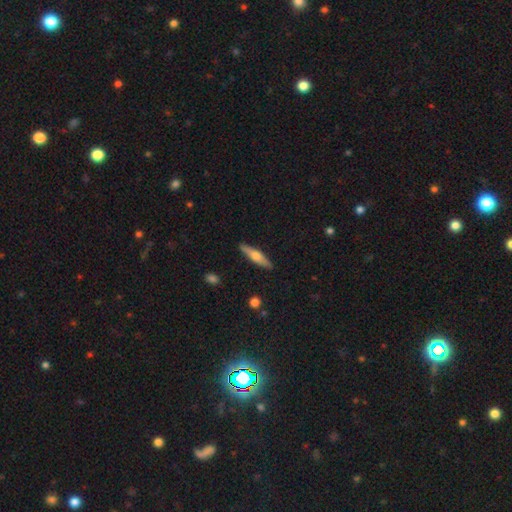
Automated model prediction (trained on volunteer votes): featured or disk 48%, smooth 46%, star or artifact 6%. Down the decision tree: merging — none (89%).